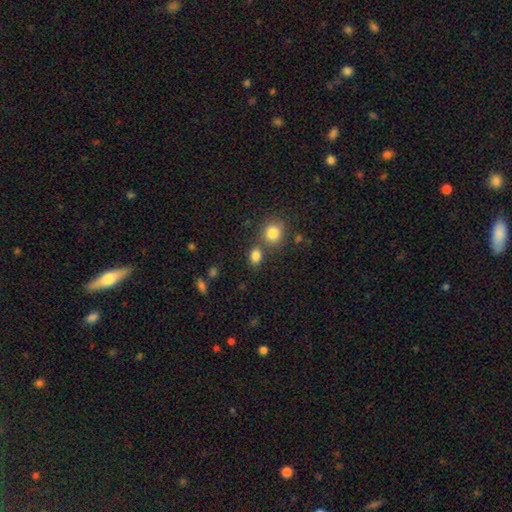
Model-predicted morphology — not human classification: smooth-or-featured: smooth: 83% | star or artifact: 11% | featured or disk: 6%
  how-rounded: in between: 60% | round: 39% | cigar-shaped: 2%
  merging: none: 61% | merger: 24% | minor disturbance: 11% | major disturbance: 4%